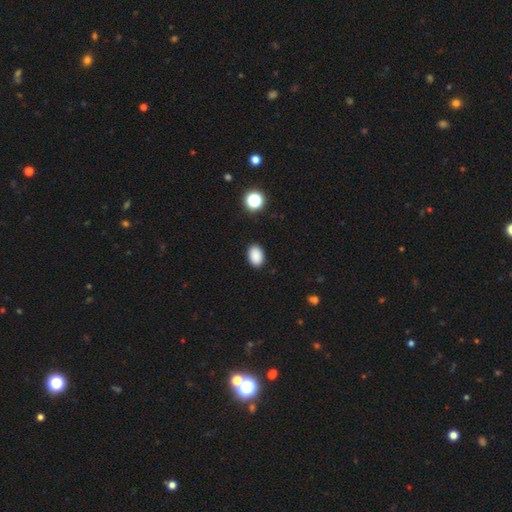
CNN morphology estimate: smooth-or-featured: smooth: 88% | star or artifact: 9% | featured or disk: 3%
  how-rounded: in between: 82% | round: 17% | cigar-shaped: 1%
  merging: none: 90% | minor disturbance: 7% | major disturbance: 2% | merger: 1%